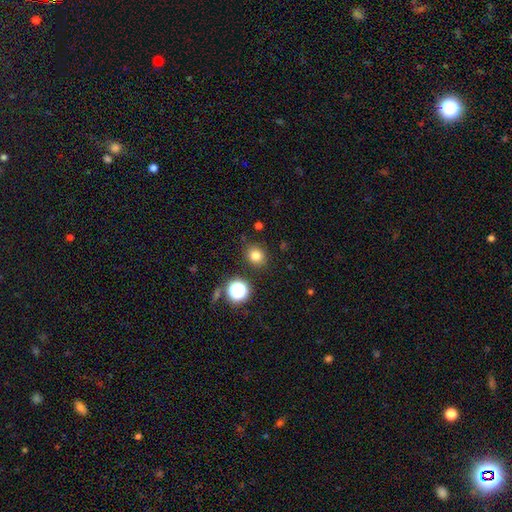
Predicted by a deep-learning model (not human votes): This is likely a smooth galaxy (79%). How rounded: likely round (75%). Merging: clearly none (85%).